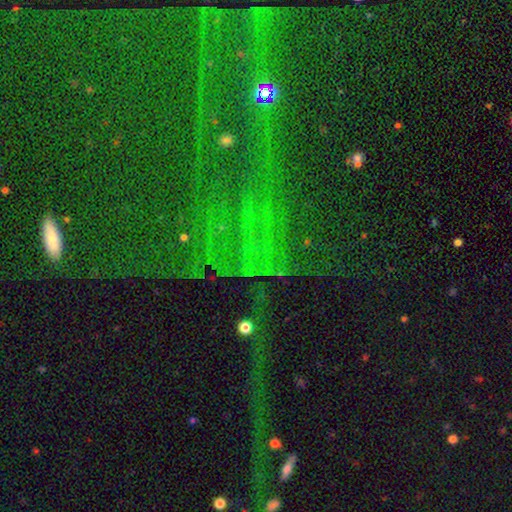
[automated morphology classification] The model was most divided on "smooth or featured": star or artifact: 82%, smooth: 9%, featured or disk: 9%.